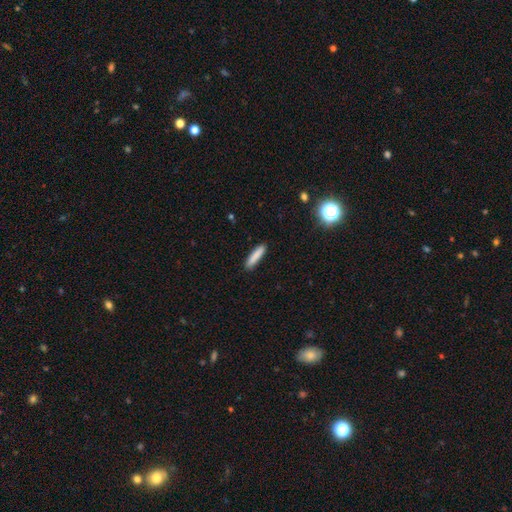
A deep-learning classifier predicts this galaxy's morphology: Overall: smooth (86%). How rounded: cigar-shaped (84%). Merging: none (89%).